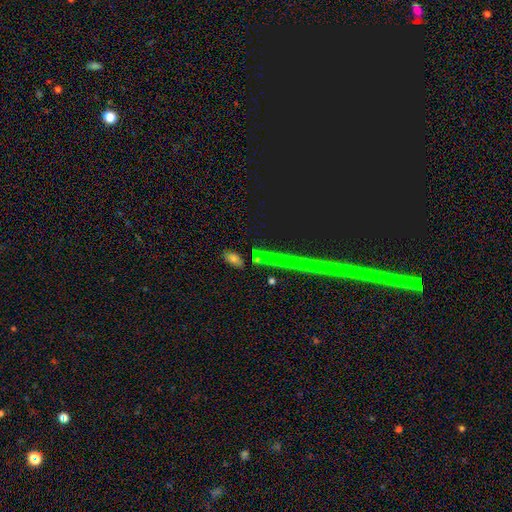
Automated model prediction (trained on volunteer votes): This is possibly a smooth galaxy (50%). Merging: likely none (66%).